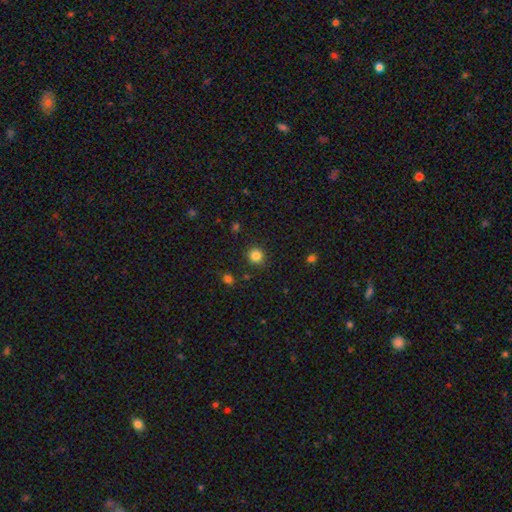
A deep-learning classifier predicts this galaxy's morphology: type=smooth (83%); roundness=round (92%); merging=none (90%).